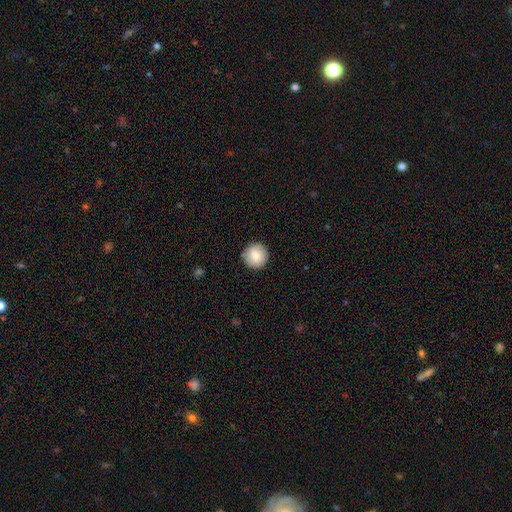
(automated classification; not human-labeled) The model was most divided on "smooth or featured": smooth: 80%, featured or disk: 12%, star or artifact: 8%. More confident: how rounded — round (96%); merging — none (90%).